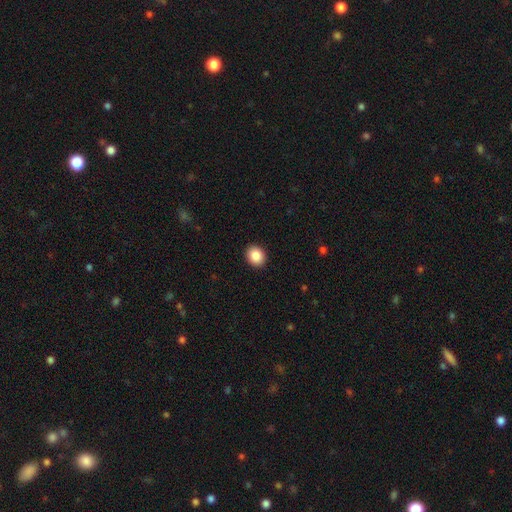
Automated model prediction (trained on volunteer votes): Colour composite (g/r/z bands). It shows a smooth galaxy with no disk features (87%) that is round (65%). Merging: none (92%).